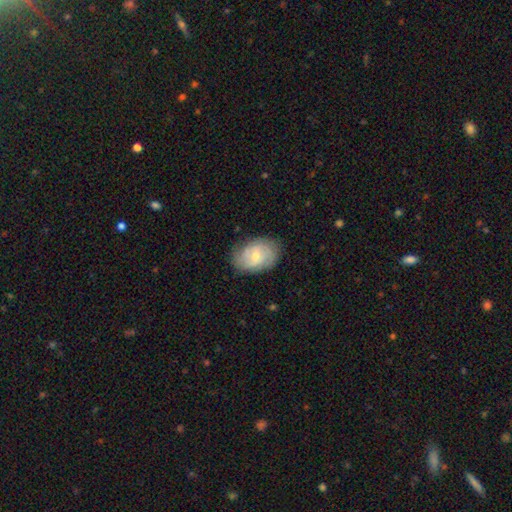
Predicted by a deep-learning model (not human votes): Q: Smooth or featured?
A: featured or disk (54%); runner-up: smooth (40%)
Q: Edge-on disk?
A: no (96%); runner-up: yes (4%)
Q: Bar?
A: no (52%); runner-up: weak (41%)
Q: Spiral arms?
A: yes (76%); runner-up: no (24%)
Q: Bulge size?
A: small (52%); runner-up: moderate (44%)
Q: Merging?
A: none (76%); runner-up: minor disturbance (18%)